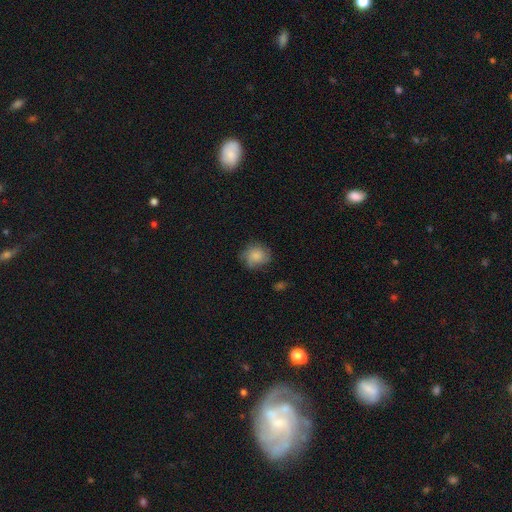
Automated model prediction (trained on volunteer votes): smooth_or_featured: smooth (p=0.74) [alt: featured or disk p=0.17]
how_rounded: round (p=0.79) [alt: in between p=0.20]
merging: none (p=0.70) [alt: minor disturbance p=0.22]